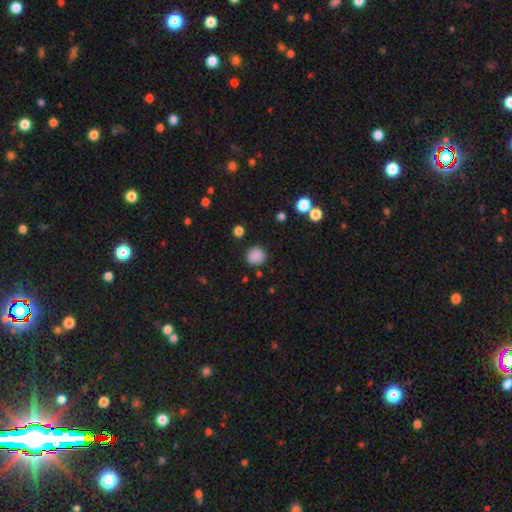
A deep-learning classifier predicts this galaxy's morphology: The model was most divided on "smooth or featured": smooth: 86%, star or artifact: 11%, featured or disk: 3%. More confident: how rounded — round (88%); merging — none (86%).